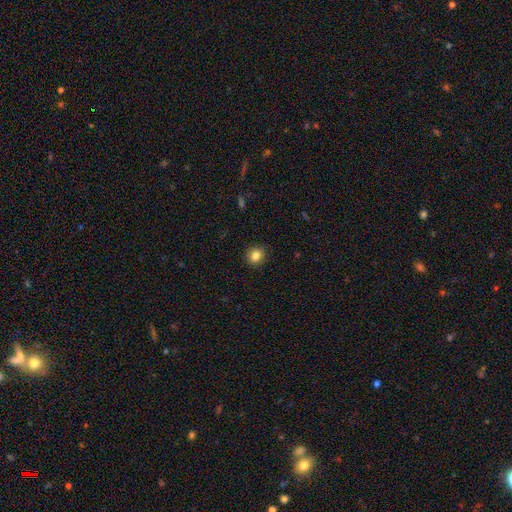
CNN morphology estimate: A smooth galaxy with no disk features (83%) that is round (80%). Merging: none (89%).